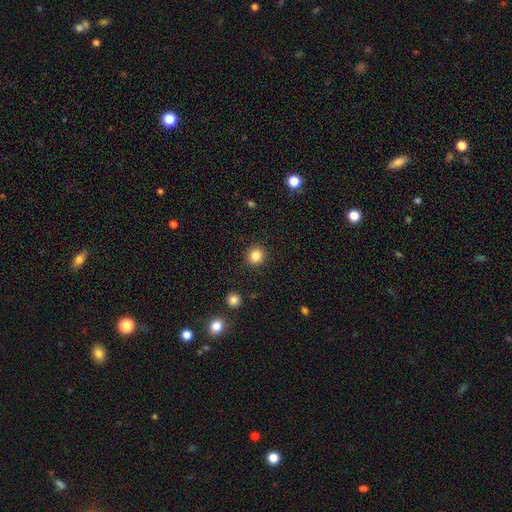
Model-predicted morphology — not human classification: The model was most divided on "smooth or featured": smooth: 84%, star or artifact: 11%, featured or disk: 5%. More confident: merging — none (91%); how rounded — round (88%).